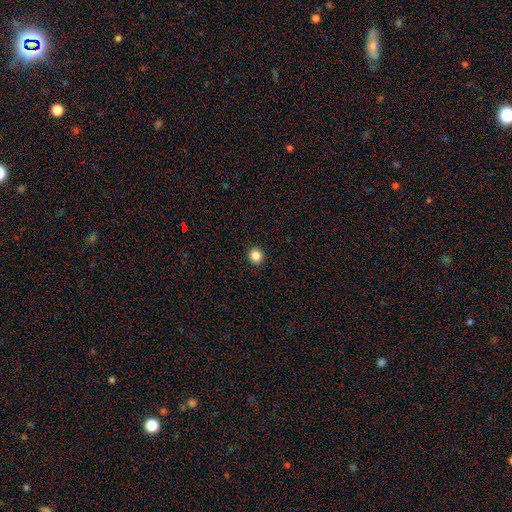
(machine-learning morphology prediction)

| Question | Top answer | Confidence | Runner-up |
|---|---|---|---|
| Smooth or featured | smooth | 86% | star or artifact (11%) |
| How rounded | round | 90% | in between (10%) |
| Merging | none | 93% | minor disturbance (4%) |